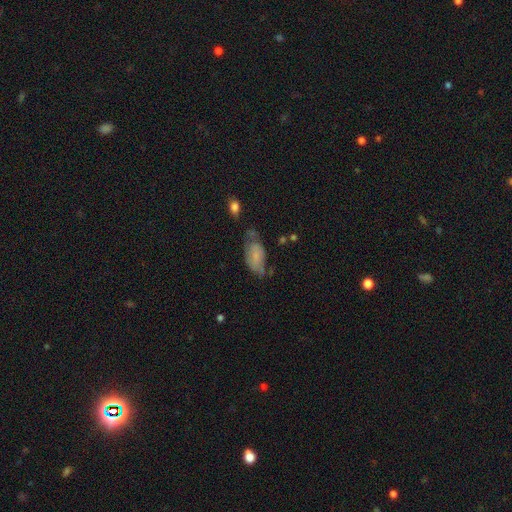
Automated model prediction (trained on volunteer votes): Smooth or featured? smooth (68%)
How rounded? in between (92%)
Merging? none (39%)